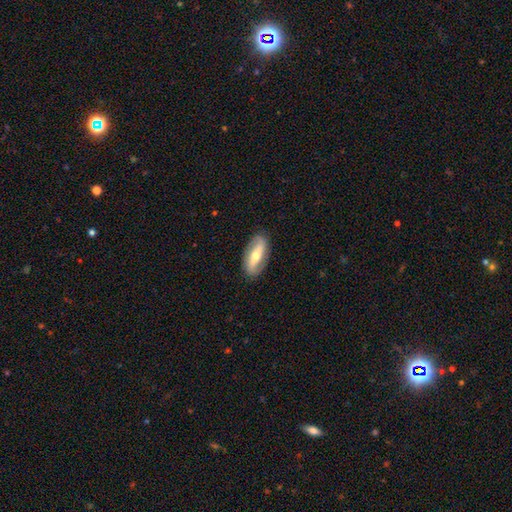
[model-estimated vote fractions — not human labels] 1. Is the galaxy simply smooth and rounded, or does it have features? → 66% featured or disk, 28% smooth, 6% star or artifact.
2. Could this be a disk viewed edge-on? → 83% no, 17% yes.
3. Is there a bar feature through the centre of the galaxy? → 50% strong, 26% weak, 24% no.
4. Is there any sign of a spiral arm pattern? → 75% yes, 25% no.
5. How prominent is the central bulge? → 65% moderate, 28% small, 5% large, 1% none, 1% dominant.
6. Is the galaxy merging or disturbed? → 86% none, 10% minor disturbance, 3% major disturbance, 1% merger.